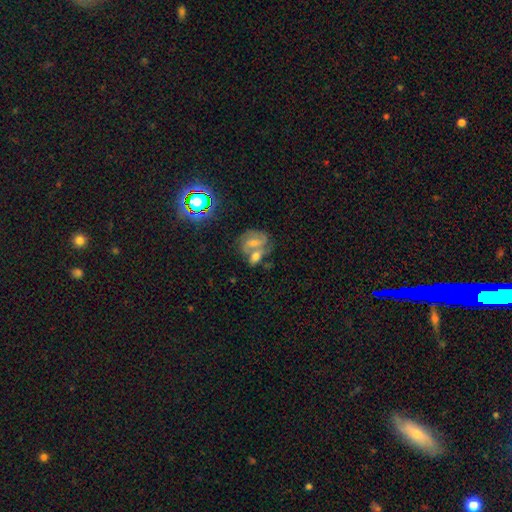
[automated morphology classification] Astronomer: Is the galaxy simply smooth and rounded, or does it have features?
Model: featured or disk — 43%, tied with smooth at 43%.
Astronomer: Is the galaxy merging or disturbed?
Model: merger — 54%.